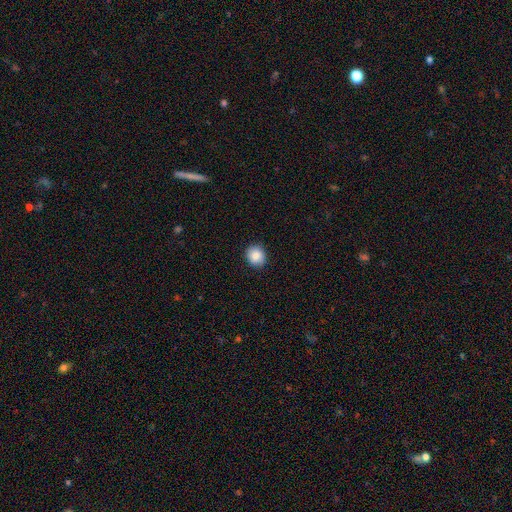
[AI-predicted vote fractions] A smooth galaxy with no disk features (87%) that is round (76%). Merging: none (88%).